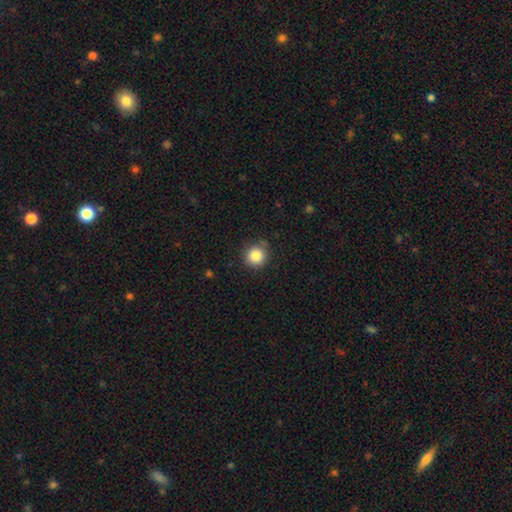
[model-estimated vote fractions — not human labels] smooth 86%, star or artifact 10%, featured or disk 4%. Down the decision tree: how rounded — round (94%); merging — none (86%).